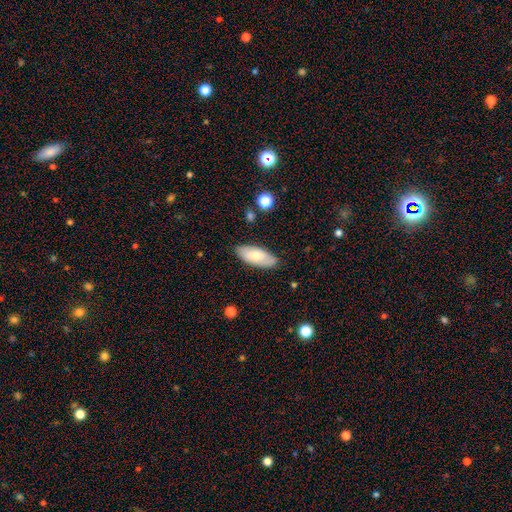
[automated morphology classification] A smooth galaxy with no disk features (71%) that is in between round and cigar-shaped (86%). Merging: none (83%).